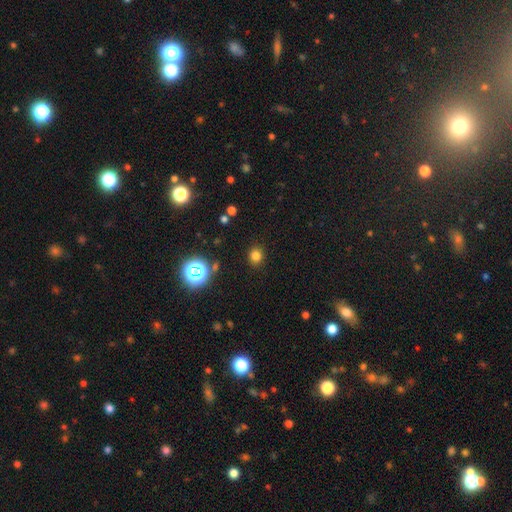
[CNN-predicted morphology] Smooth or featured? Predicted: smooth (p=0.76). How rounded? Predicted: round (p=0.82). Merging? Predicted: none (p=0.89).